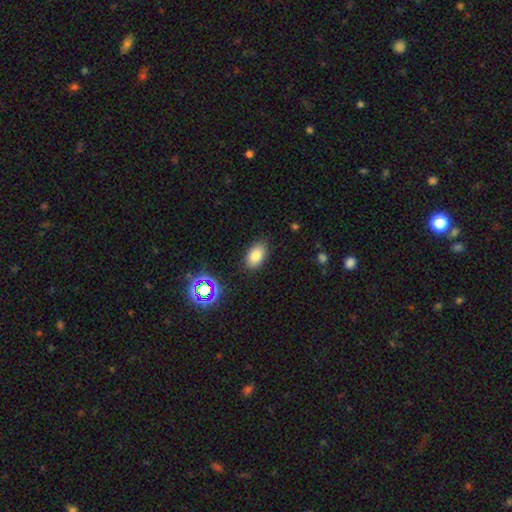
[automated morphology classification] smooth_or_featured: smooth (p=0.80) [alt: star or artifact p=0.12]
how_rounded: in between (p=0.90) [alt: round p=0.08]
merging: none (p=0.85) [alt: minor disturbance p=0.10]